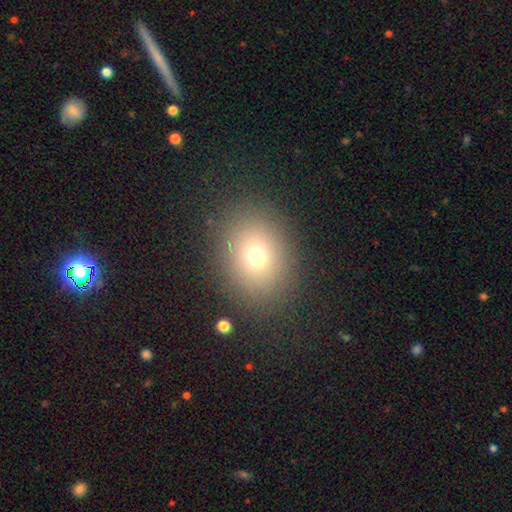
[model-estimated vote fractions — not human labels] This appears to be a smooth galaxy with no disk features (71%) that is round (50%). Merging: none (87%).